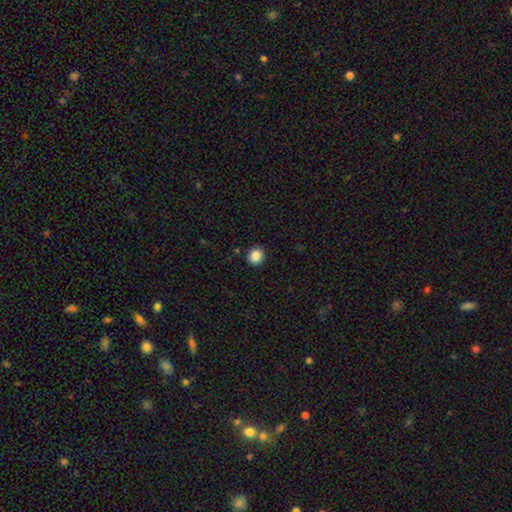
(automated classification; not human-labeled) Smooth or featured: smooth — 86% (star or artifact — 10%)
How rounded: round — 86% (in between — 14%)
Merging: none — 89% (minor disturbance — 8%)